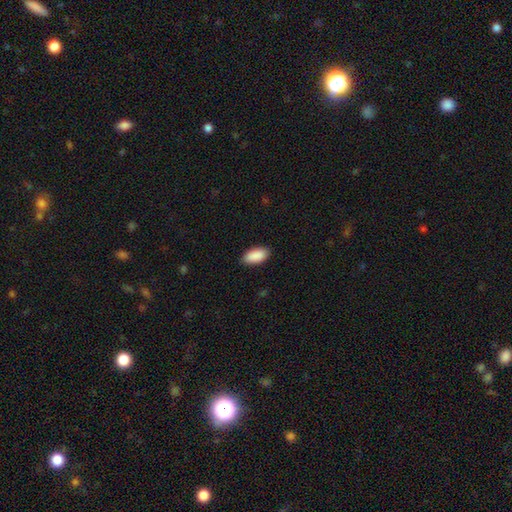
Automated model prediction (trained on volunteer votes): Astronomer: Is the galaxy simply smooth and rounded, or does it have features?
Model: smooth — 91%.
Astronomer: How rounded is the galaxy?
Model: in between — 94%.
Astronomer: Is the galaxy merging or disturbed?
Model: none — 87%.